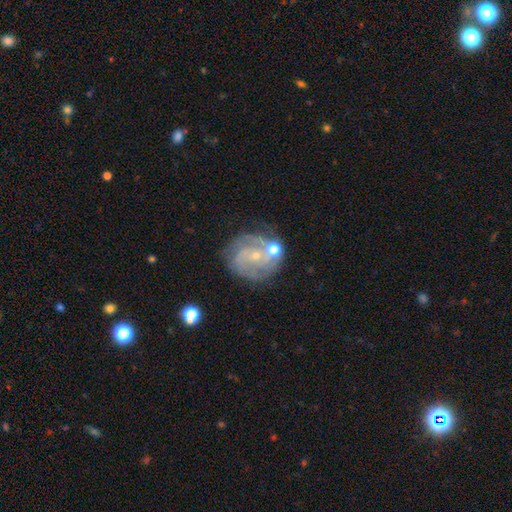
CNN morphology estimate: Q: Smooth or featured?
A: featured or disk (80%); runner-up: smooth (12%)
Q: Edge-on disk?
A: no (98%); runner-up: yes (2%)
Q: Bar?
A: no (63%); runner-up: weak (30%)
Q: Spiral arms?
A: yes (93%); runner-up: no (7%)
Q: Spiral winding?
A: tight (56%); runner-up: medium (35%)
Q: Spiral arm count?
A: 2 (37%); runner-up: can't tell (24%)
Q: Bulge size?
A: small (79%); runner-up: moderate (16%)
Q: Merging?
A: none (64%); runner-up: minor disturbance (18%)